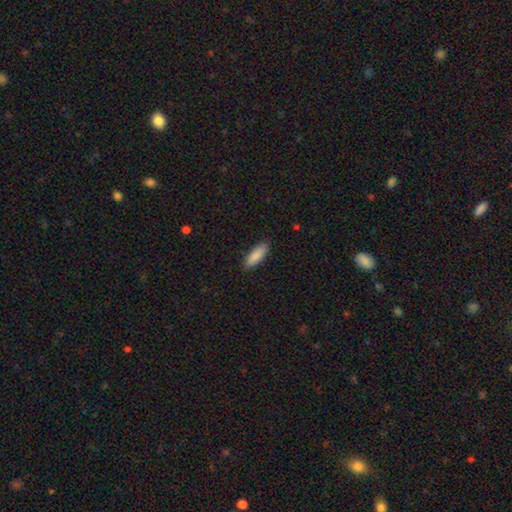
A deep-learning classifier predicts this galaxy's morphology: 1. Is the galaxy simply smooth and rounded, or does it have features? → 88% smooth, 7% featured or disk, 5% star or artifact.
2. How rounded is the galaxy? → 63% in between, 36% cigar-shaped, 2% round.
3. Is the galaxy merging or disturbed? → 86% none, 11% minor disturbance, 2% major disturbance, 1% merger.